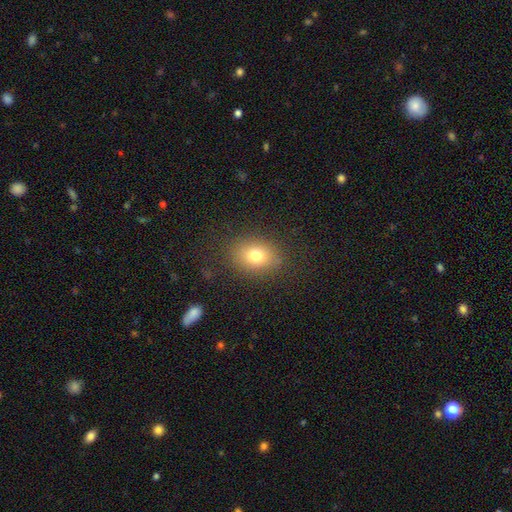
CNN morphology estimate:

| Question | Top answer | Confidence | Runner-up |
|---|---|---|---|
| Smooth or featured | smooth | 77% | star or artifact (12%) |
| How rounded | in between | 67% | round (32%) |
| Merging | none | 84% | minor disturbance (10%) |